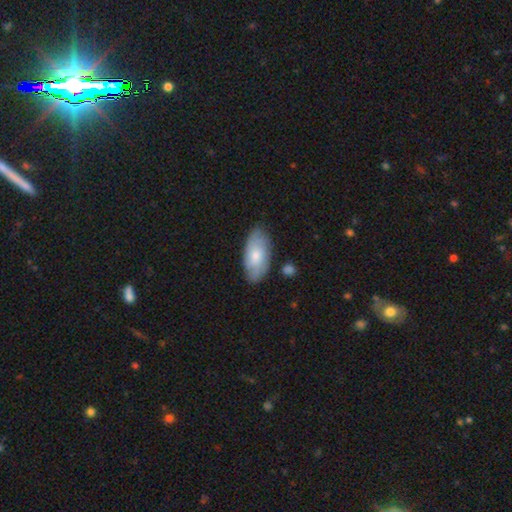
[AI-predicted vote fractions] This appears to be a smooth galaxy with no disk features (56%) that is in between round and cigar-shaped (92%). Merging: none (79%).